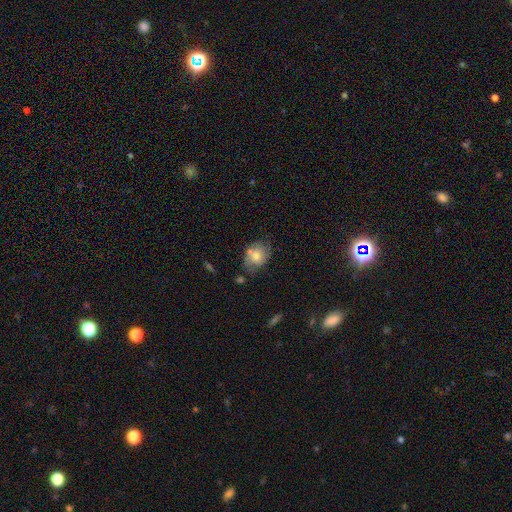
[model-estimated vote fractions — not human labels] Morphology: type=smooth (61%); roundness=in between (57%); merging=none (53%).